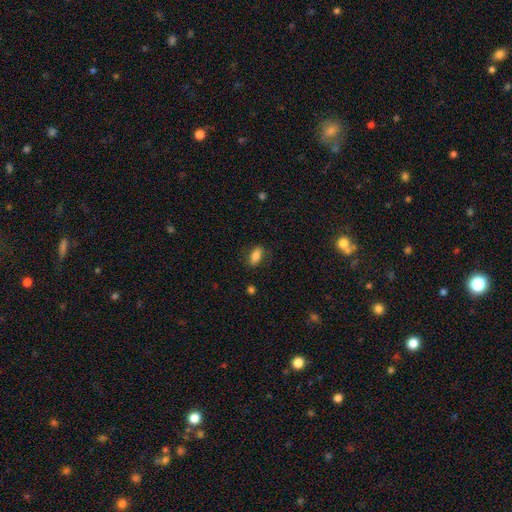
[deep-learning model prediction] Q: Smooth or featured?
A: smooth (82%); runner-up: featured or disk (9%)
Q: How rounded?
A: in between (84%); runner-up: cigar-shaped (11%)
Q: Merging?
A: none (80%); runner-up: minor disturbance (14%)